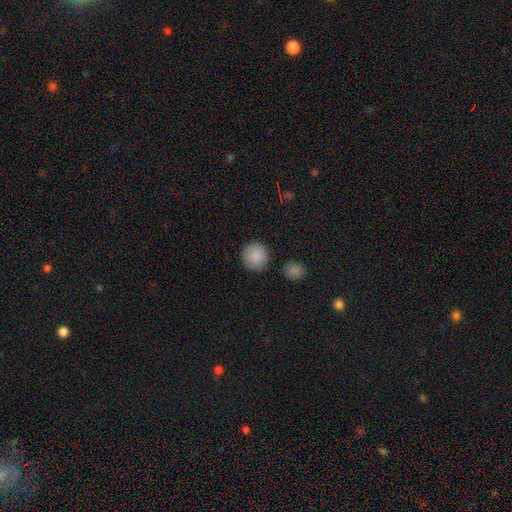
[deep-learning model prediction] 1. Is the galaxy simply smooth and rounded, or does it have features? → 87% smooth, 7% star or artifact, 5% featured or disk.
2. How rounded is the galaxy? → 94% round, 5% in between, 1% cigar-shaped.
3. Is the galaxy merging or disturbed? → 85% none, 8% minor disturbance, 4% merger, 2% major disturbance.